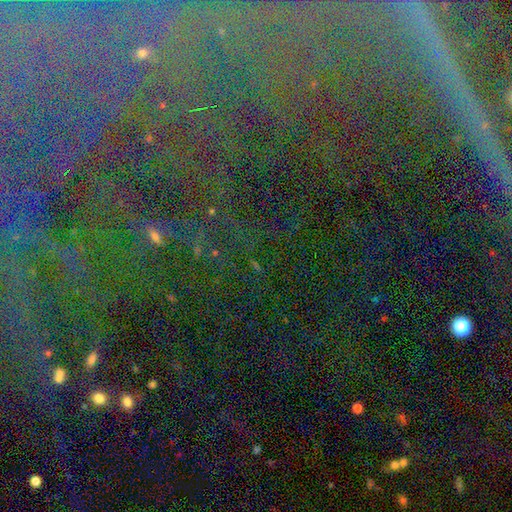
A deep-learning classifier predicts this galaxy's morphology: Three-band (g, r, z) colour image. It shows a star or artifact, not a galaxy (83%).